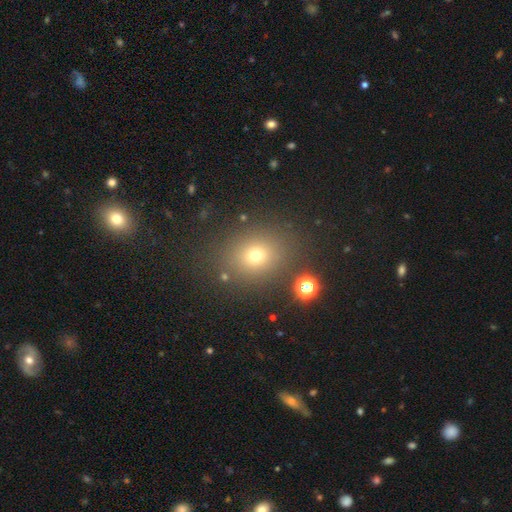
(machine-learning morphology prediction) Smooth or featured? smooth (70%)
How rounded? round (55%)
Merging? none (83%)